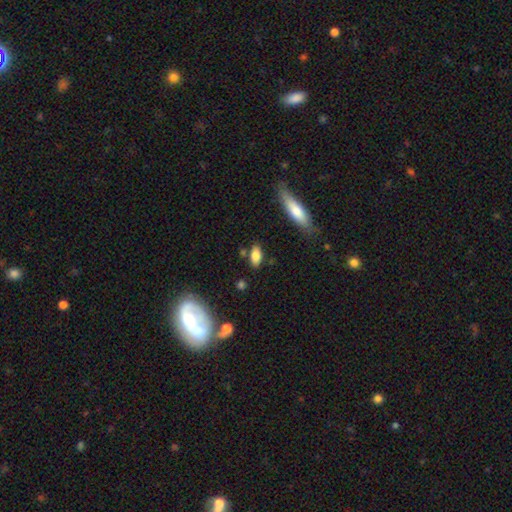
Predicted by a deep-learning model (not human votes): smooth-or-featured: smooth: 82% | featured or disk: 10% | star or artifact: 8%
  how-rounded: in between: 86% | cigar-shaped: 10% | round: 4%
  merging: none: 78% | minor disturbance: 13% | merger: 5% | major disturbance: 3%